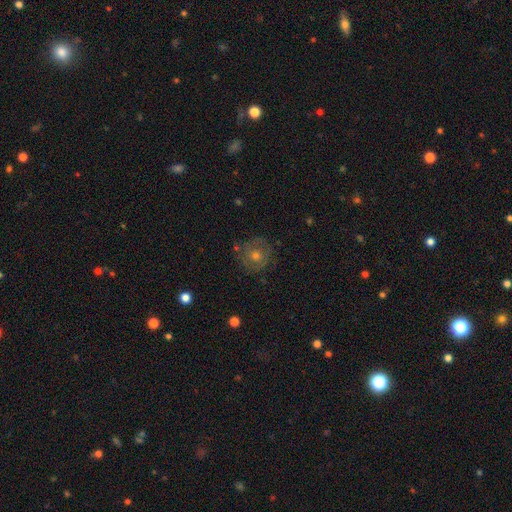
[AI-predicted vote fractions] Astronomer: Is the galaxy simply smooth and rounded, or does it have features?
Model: featured or disk — 47% (runner-up: smooth, 37%).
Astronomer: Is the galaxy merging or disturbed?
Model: none — 80%.